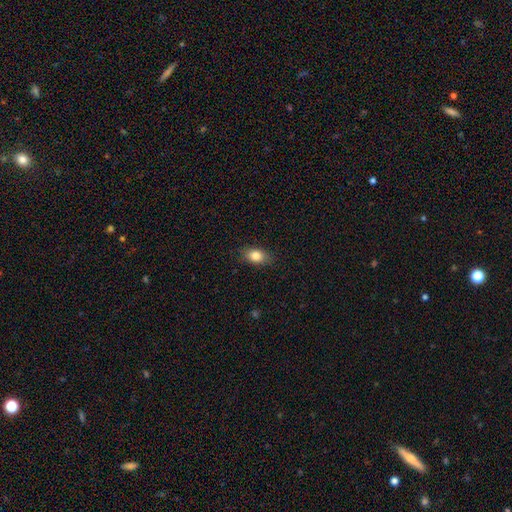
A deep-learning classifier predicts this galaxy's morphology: Overall: smooth (83%). How rounded: in between (82%). Merging: none (85%).